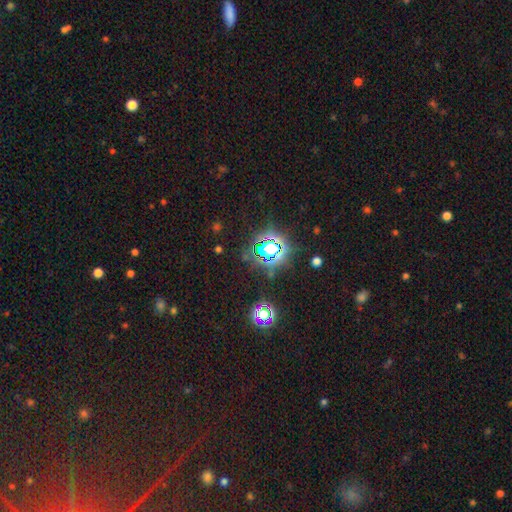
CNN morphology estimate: Smooth or featured?
  - star or artifact: 81% *
  - smooth: 13%
  - featured or disk: 6%